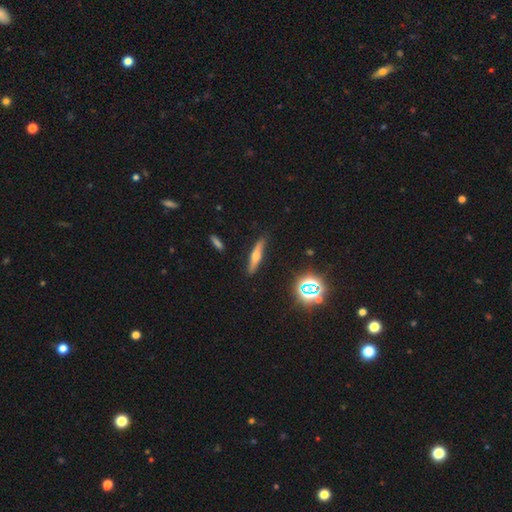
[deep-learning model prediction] smooth_or_featured: featured or disk (p=0.46) [alt: smooth p=0.42]
merging: none (p=0.86) [alt: minor disturbance p=0.10]